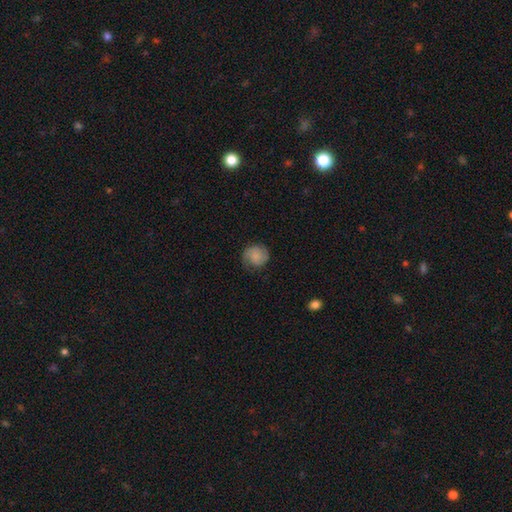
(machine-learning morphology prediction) Smooth or featured: featured or disk — 50% (smooth — 41%)
Edge-on disk: no — 98% (yes — 2%)
Merging: none — 77% (minor disturbance — 16%)